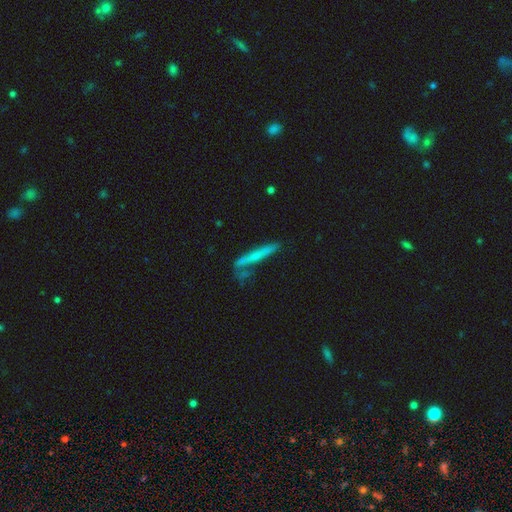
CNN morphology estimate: A smooth galaxy with no disk features (50%). Merging: none (58%).